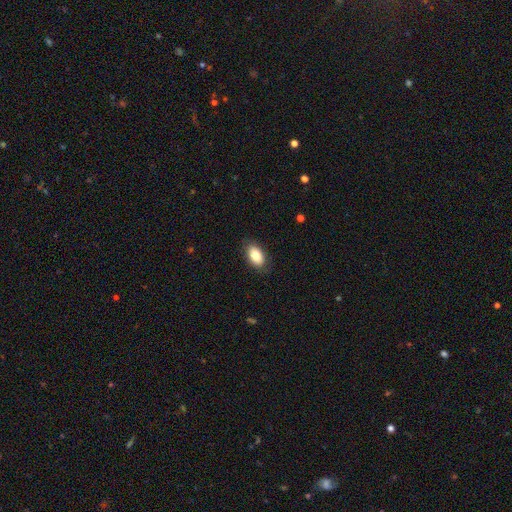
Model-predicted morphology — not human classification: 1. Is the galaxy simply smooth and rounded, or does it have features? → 85% smooth, 8% featured or disk, 7% star or artifact.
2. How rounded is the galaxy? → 92% in between, 6% round, 2% cigar-shaped.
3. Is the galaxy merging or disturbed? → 86% none, 11% minor disturbance, 3% major disturbance, 1% merger.